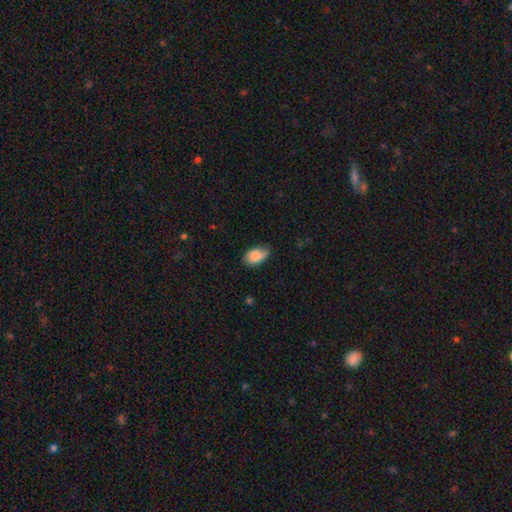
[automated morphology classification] Q: Smooth or featured?
A: smooth (80%); runner-up: featured or disk (13%)
Q: How rounded?
A: in between (88%); runner-up: round (10%)
Q: Merging?
A: none (53%); runner-up: minor disturbance (37%)